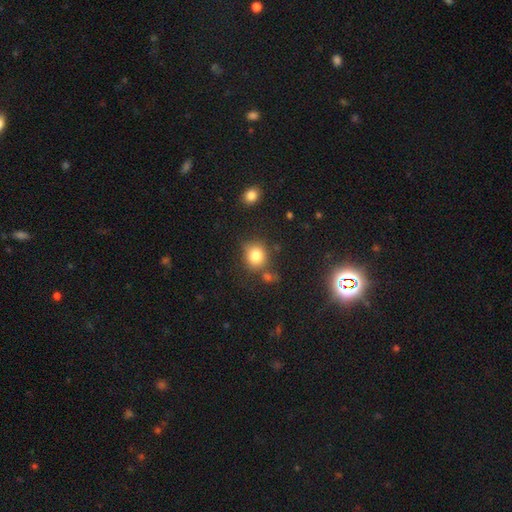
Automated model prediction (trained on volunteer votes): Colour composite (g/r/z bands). It shows a smooth galaxy with no disk features (82%) that is round (75%). Merging: none (72%).